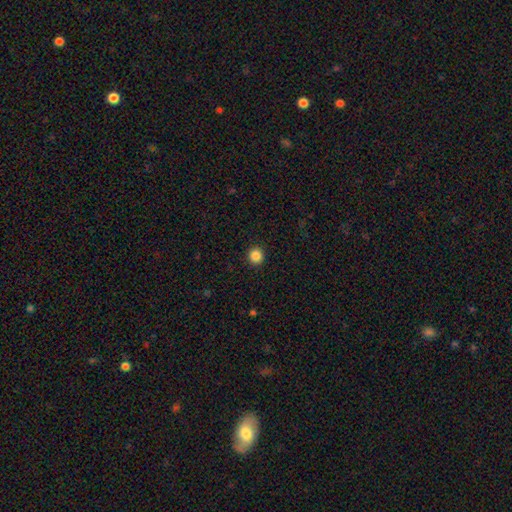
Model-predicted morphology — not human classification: A smooth galaxy with no disk features (86%) that is round (93%).

Vote fractions:
- Smooth or featured? smooth: 86% / star or artifact: 11% / featured or disk: 3%
- How rounded? round: 93% / in between: 6% / cigar-shaped: 1%
- Merging? none: 93% / minor disturbance: 5% / major disturbance: 2% / merger: 1%